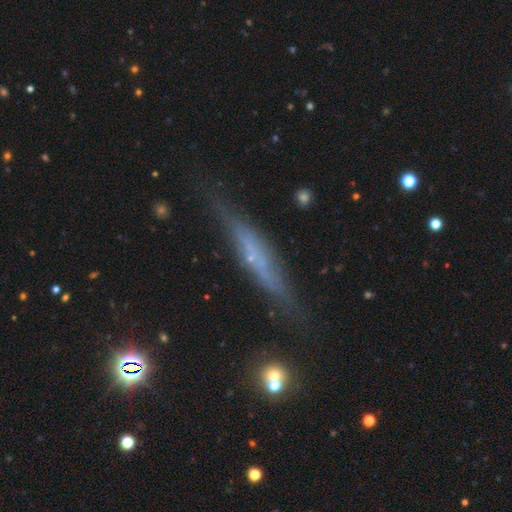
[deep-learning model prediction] This appears to be a featured or disk galaxy (58%) viewed edge-on (89%) with no central bulge (60%). Merging: none (78%).